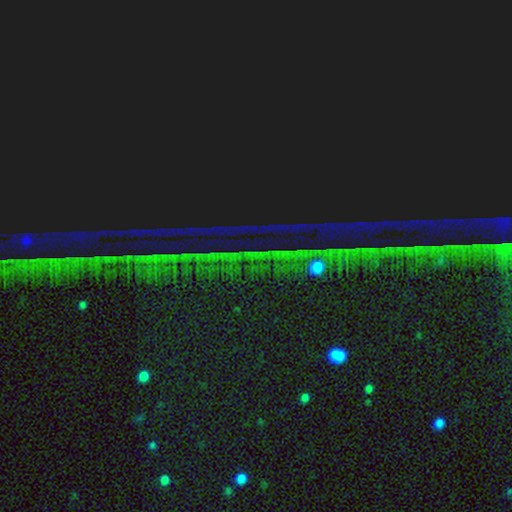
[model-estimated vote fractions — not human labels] smooth-or-featured: star or artifact: 89% | featured or disk: 6% | smooth: 5%